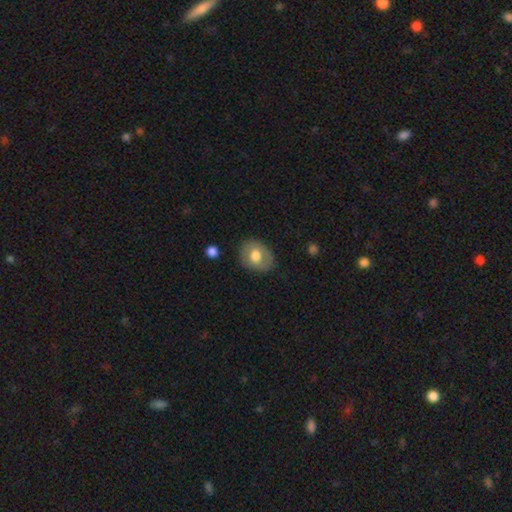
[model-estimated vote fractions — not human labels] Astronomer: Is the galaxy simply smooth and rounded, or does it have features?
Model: smooth — 64%.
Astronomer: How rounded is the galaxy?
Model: in between — 53% (runner-up: round, 46%).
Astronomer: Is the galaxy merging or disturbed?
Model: none — 80%.